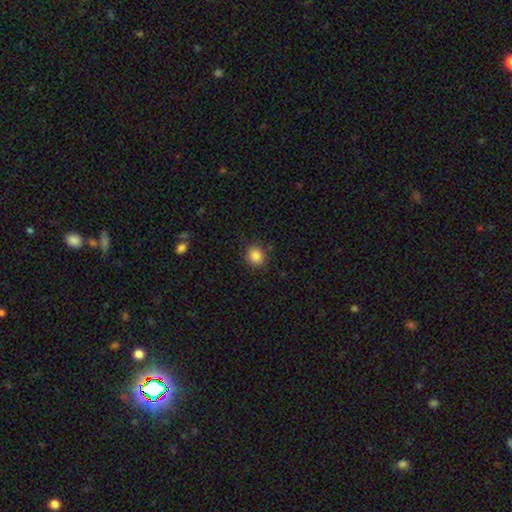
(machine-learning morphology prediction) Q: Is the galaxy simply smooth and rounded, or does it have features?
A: smooth — 85%.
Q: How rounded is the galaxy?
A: round — 81%.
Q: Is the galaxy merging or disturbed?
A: none — 87%.